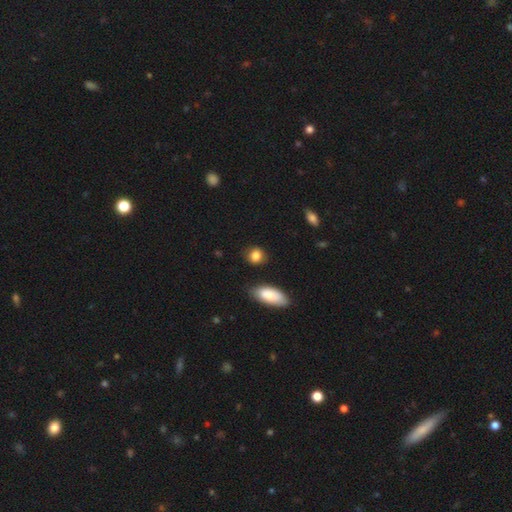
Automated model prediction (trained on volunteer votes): A smooth galaxy with no disk features (86%) that is round (63%).

Vote fractions:
- Smooth or featured? smooth: 86% / star or artifact: 8% / featured or disk: 6%
- How rounded? round: 63% / in between: 34% / cigar-shaped: 3%
- Merging? none: 80% / minor disturbance: 14% / major disturbance: 3% / merger: 3%